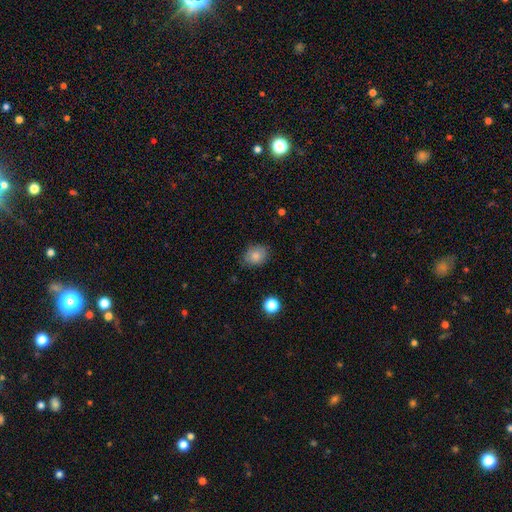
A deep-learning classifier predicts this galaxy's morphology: A smooth galaxy with no disk features (81%) that is in between round and cigar-shaped (50%). Merging: none (77%).